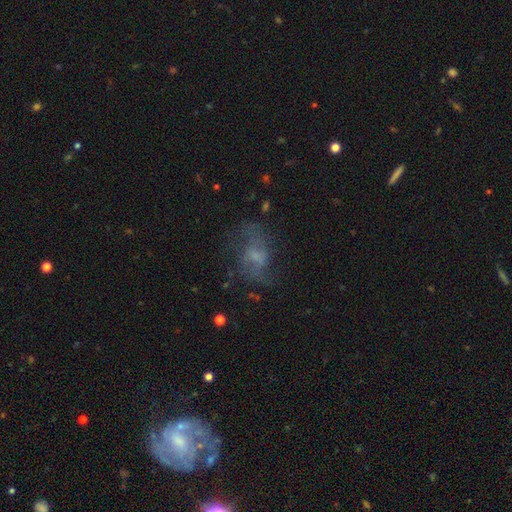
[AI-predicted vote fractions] Morphology: type=featured or disk (50%); merging=none (57%).